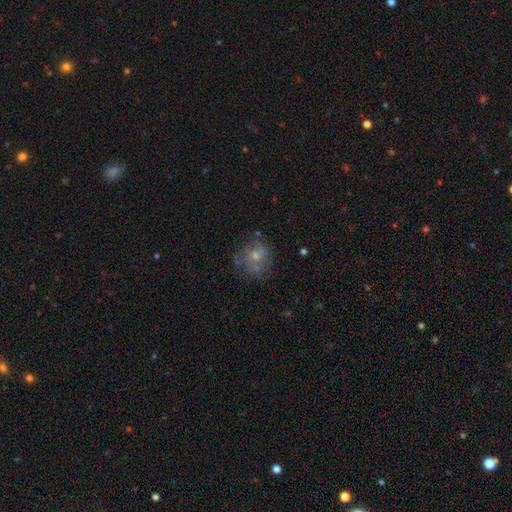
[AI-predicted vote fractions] A featured or disk galaxy (42%). Merging: none (68%).